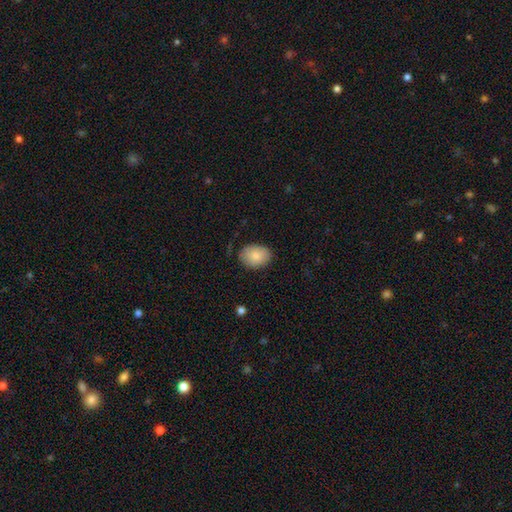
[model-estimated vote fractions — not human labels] A smooth galaxy with no disk features (84%) that is in between round and cigar-shaped (69%).

Vote fractions:
- Smooth or featured? smooth: 84% / featured or disk: 9% / star or artifact: 7%
- How rounded? in between: 69% / round: 30% / cigar-shaped: 1%
- Merging? none: 80% / minor disturbance: 15% / major disturbance: 3% / merger: 1%